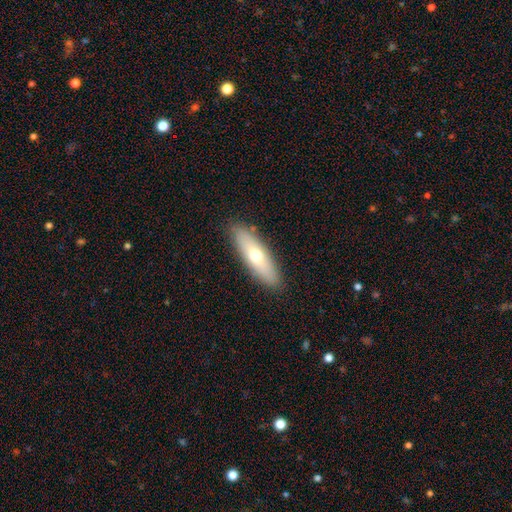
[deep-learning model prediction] A smooth galaxy with no disk features (60%) that is cigar-shaped (52%).

Vote fractions:
- Smooth or featured? smooth: 60% / featured or disk: 34% / star or artifact: 6%
- How rounded? cigar-shaped: 52% / in between: 46% / round: 2%
- Merging? none: 88% / minor disturbance: 9% / major disturbance: 2% / merger: 1%